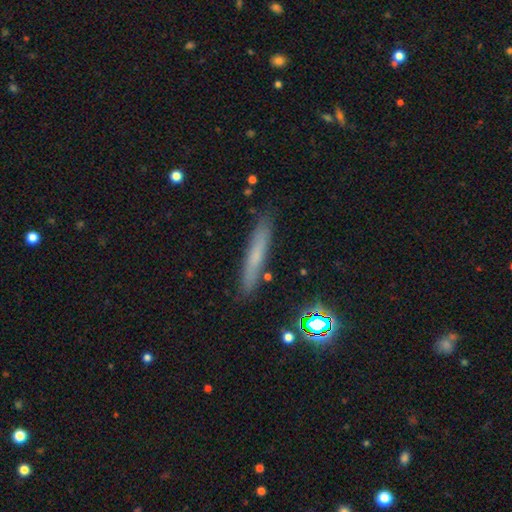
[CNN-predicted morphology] smooth_or_featured: smooth (p=0.59) [alt: featured or disk p=0.30]
how_rounded: cigar-shaped (p=0.93) [alt: in between p=0.05]
merging: none (p=0.86) [alt: minor disturbance p=0.10]